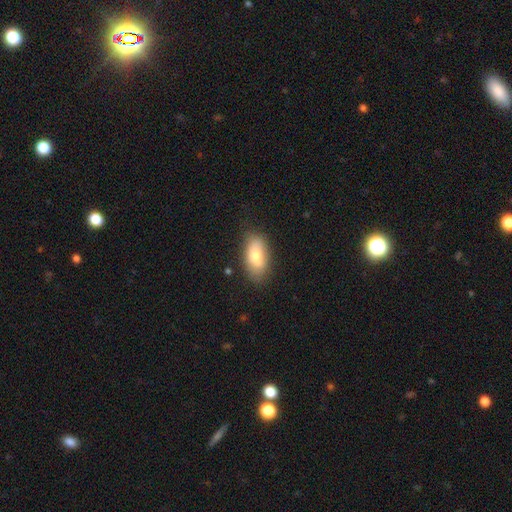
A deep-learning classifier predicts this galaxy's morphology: smooth-or-featured: smooth: 74% | featured or disk: 19% | star or artifact: 7%
  how-rounded: in between: 89% | cigar-shaped: 7% | round: 4%
  merging: none: 76% | minor disturbance: 18% | major disturbance: 4% | merger: 2%